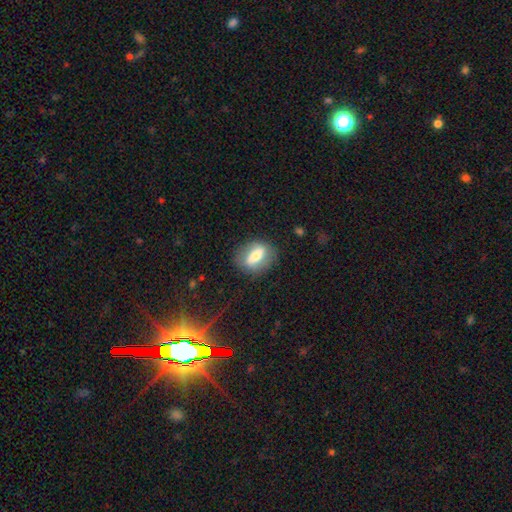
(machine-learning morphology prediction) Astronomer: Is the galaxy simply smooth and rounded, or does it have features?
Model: smooth — 50% (runner-up: featured or disk, 43%).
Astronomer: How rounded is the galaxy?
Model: in between — 68%.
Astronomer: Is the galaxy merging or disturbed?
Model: none — 80%.